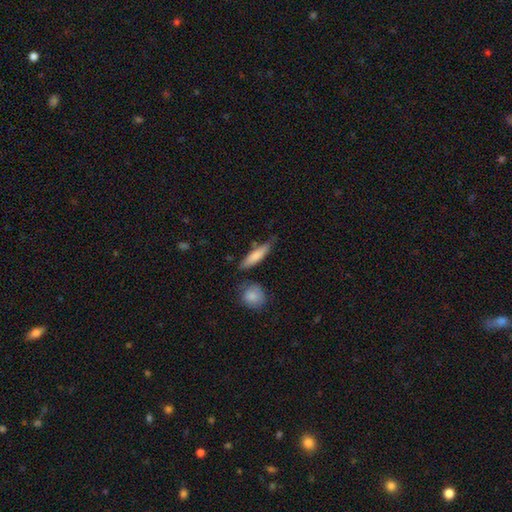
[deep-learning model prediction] This appears to be a smooth galaxy with no disk features (77%) that is cigar-shaped (71%). Merging: none (71%).